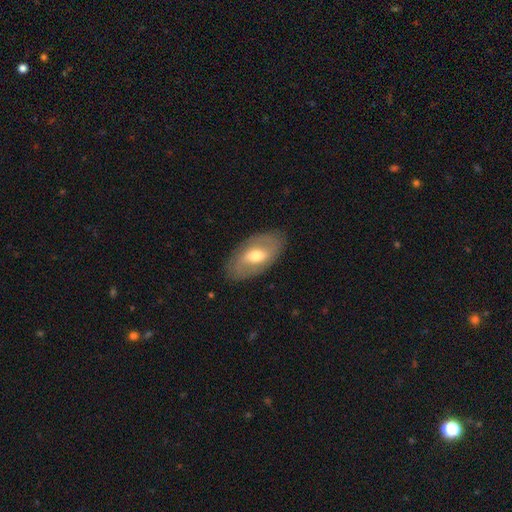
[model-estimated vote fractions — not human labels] This is possibly a featured or disk galaxy (56%). It is clearly not viewed edge-on (90%). Bar: possibly weak (45%). Spiral arm pattern: possibly yes (59%). Central bulge: likely moderate (70%). Merging: clearly none (83%).